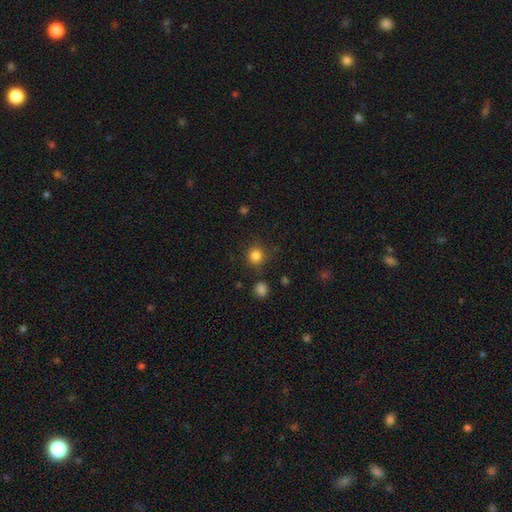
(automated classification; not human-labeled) Morphology: type=smooth (83%); roundness=round (93%); merging=none (85%).